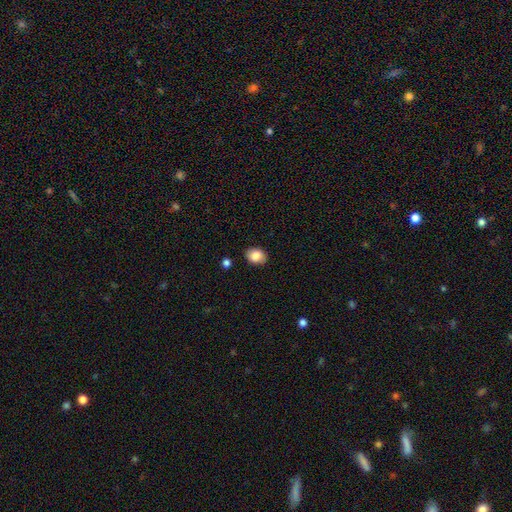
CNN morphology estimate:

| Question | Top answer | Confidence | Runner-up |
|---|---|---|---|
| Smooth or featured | smooth | 85% | star or artifact (8%) |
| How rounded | in between | 67% | round (32%) |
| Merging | none | 87% | minor disturbance (10%) |